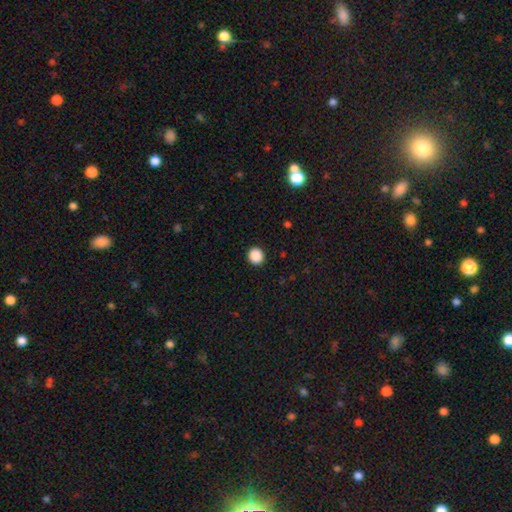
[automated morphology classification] The model was most divided on "how rounded": round: 89%, in between: 10%, cigar-shaped: 1%. More confident: merging — none (93%); smooth or featured — smooth (89%).